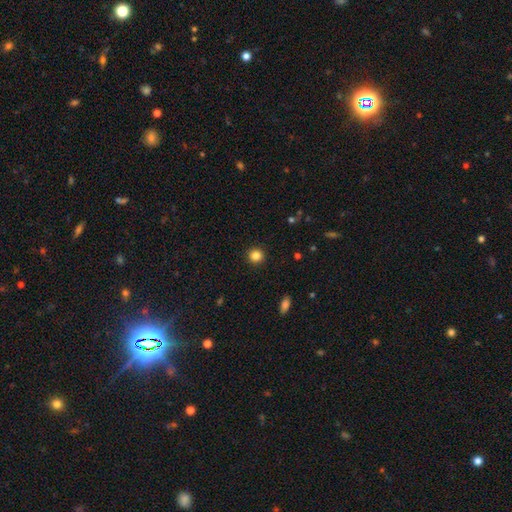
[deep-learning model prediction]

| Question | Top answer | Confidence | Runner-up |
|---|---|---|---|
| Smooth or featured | smooth | 84% | star or artifact (12%) |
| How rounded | round | 94% | in between (5%) |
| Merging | none | 93% | minor disturbance (5%) |